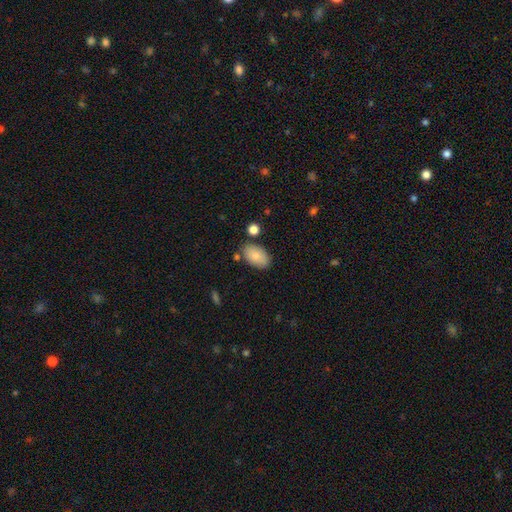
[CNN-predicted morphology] This is clearly a smooth galaxy (84%). How rounded: clearly in between (94%). Merging: likely none (80%).